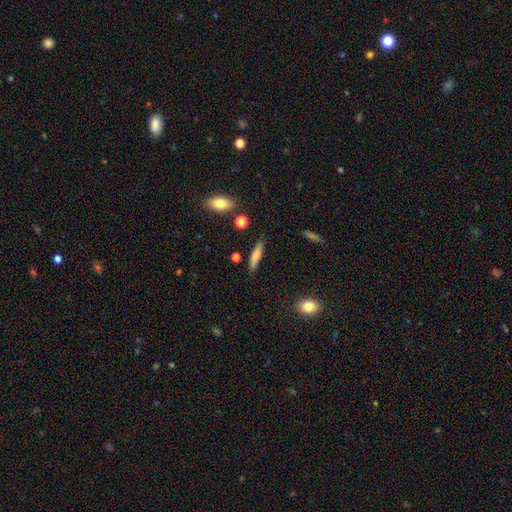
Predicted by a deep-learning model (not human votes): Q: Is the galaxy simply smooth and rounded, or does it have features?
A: smooth — 72%.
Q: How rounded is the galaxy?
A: cigar-shaped — 79%.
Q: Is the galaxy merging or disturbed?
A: none — 84%.